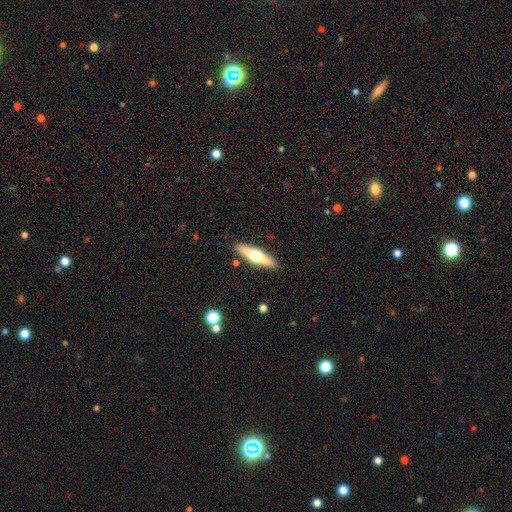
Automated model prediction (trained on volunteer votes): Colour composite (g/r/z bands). It shows a featured or disk galaxy (55%) viewed edge-on (94%) with a rounded central bulge (95%). Merging: none (89%).